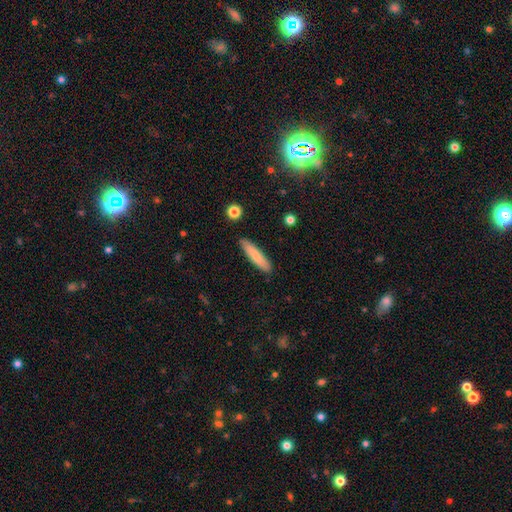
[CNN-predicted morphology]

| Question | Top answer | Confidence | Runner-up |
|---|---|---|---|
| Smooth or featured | smooth | 79% | featured or disk (15%) |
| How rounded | cigar-shaped | 83% | in between (15%) |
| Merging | none | 89% | minor disturbance (8%) |